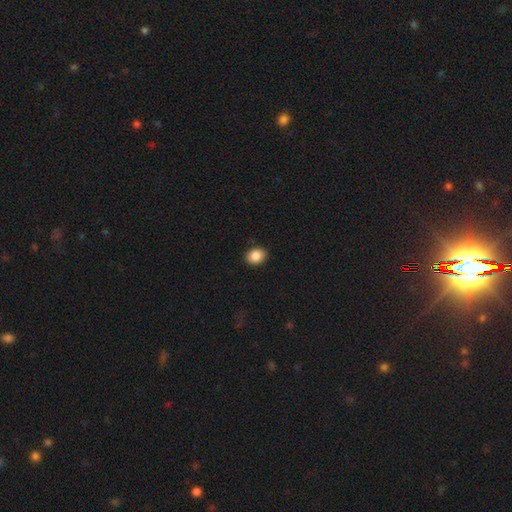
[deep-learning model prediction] The model was most divided on "how rounded": in between: 52%, round: 47%, cigar-shaped: 1%. More confident: merging — none (90%); smooth or featured — smooth (88%).